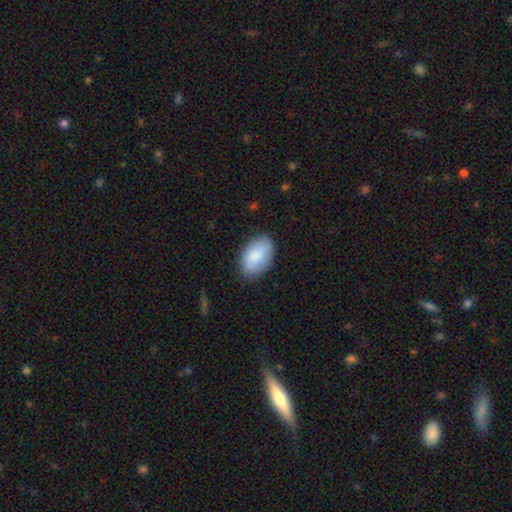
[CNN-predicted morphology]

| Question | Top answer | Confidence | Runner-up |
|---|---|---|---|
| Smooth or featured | smooth | 86% | featured or disk (8%) |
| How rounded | in between | 92% | round (7%) |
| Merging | none | 80% | minor disturbance (15%) |